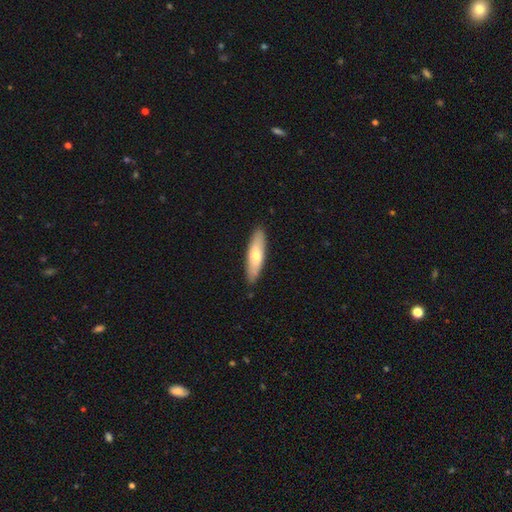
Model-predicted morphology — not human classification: type=smooth (62%); roundness=cigar-shaped (63%); merging=none (89%).